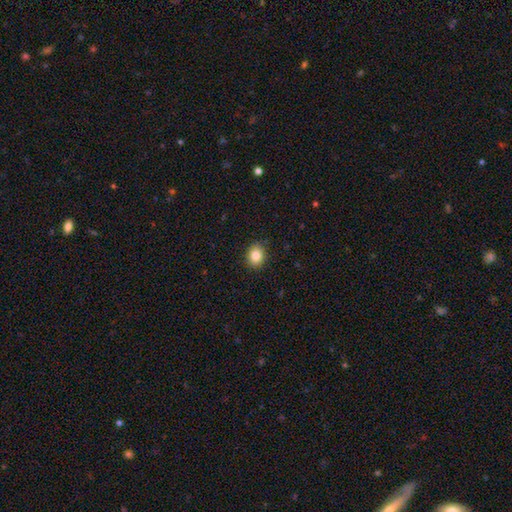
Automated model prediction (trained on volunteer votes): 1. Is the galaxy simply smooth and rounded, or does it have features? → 84% smooth, 9% star or artifact, 6% featured or disk.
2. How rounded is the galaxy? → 52% round, 47% in between, 1% cigar-shaped.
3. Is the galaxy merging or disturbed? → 89% none, 8% minor disturbance, 2% major disturbance, 1% merger.